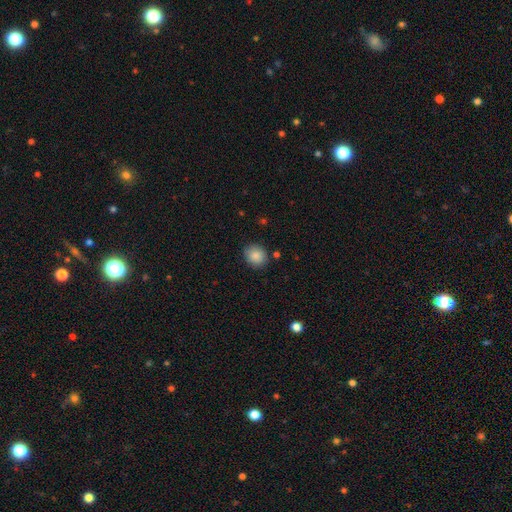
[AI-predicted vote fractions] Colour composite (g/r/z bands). It shows a smooth galaxy with no disk features (88%) that is round (74%). Merging: none (85%).